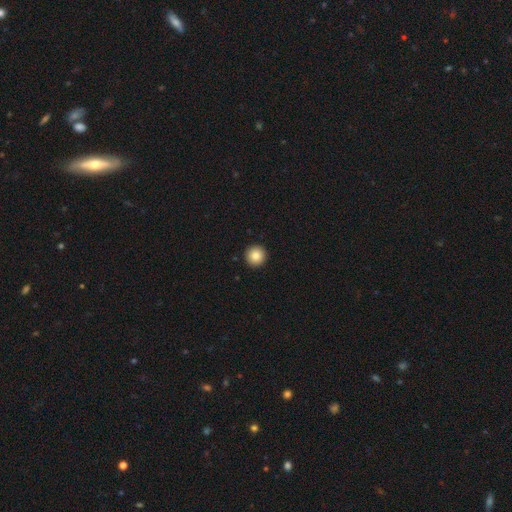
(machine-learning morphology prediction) Smooth or featured? smooth (85%)
How rounded? round (96%)
Merging? none (94%)